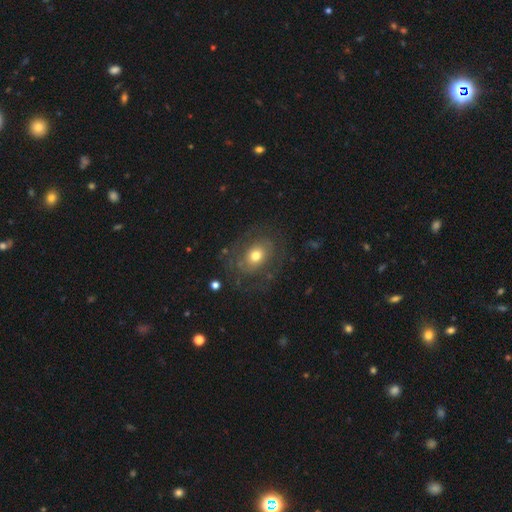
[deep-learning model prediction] Morphology: type=featured or disk (46%); merging=none (69%).